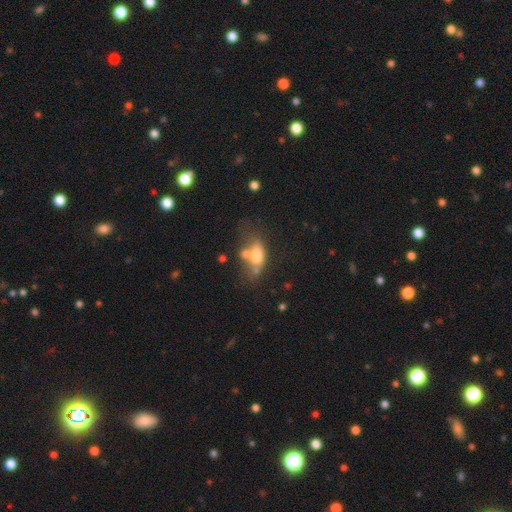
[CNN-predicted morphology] A smooth galaxy with no disk features (63%) that is in between round and cigar-shaped (80%). Merging: merger (36%).